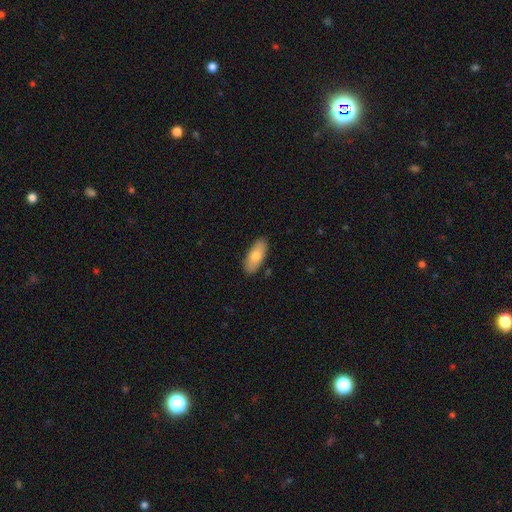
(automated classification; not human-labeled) Smooth or featured?
  - smooth: 75% *
  - featured or disk: 19%
  - star or artifact: 6%
How rounded?
  - in between: 85% *
  - cigar-shaped: 12%
  - round: 2%
Merging?
  - none: 87% *
  - minor disturbance: 9%
  - major disturbance: 2%
  - merger: 1%